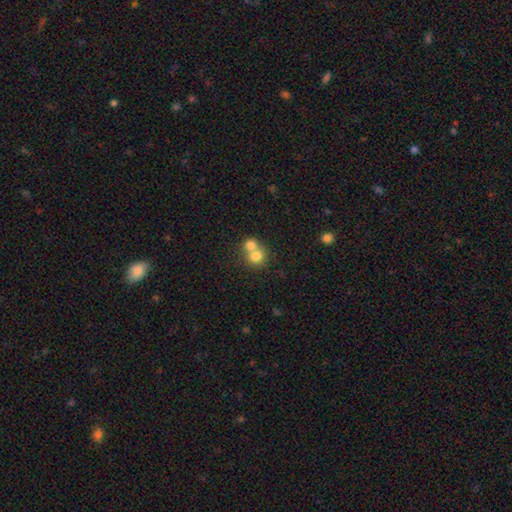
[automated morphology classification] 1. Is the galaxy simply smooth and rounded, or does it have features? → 76% smooth, 13% featured or disk, 11% star or artifact.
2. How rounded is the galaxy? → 83% round, 17% in between, 1% cigar-shaped.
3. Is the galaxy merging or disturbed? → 59% merger, 34% none, 5% minor disturbance, 2% major disturbance.